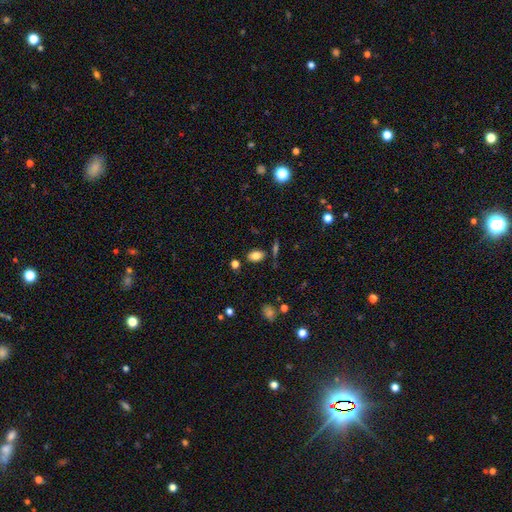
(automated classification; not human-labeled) Smooth or featured? Predicted: smooth (p=0.81). How rounded? Predicted: in between (p=0.86). Merging? Predicted: none (p=0.78).